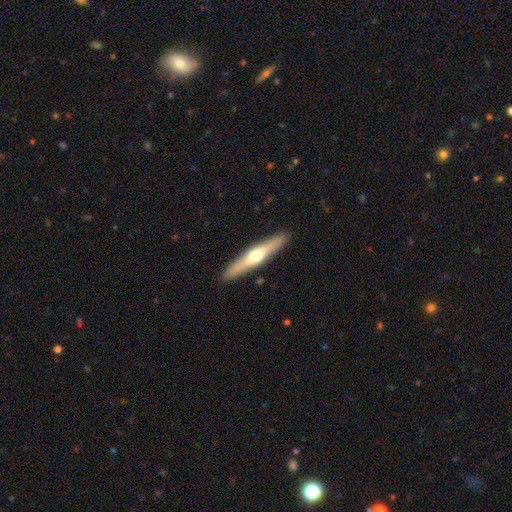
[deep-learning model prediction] A featured or disk galaxy (56%) viewed edge-on (93%) with a rounded central bulge (90%).

Vote fractions:
- Smooth or featured? featured or disk: 56% / smooth: 39% / star or artifact: 5%
- Edge-on disk? yes: 93% / no: 7%
- Edge-on bulge? rounded: 90% / none: 7% / boxy: 2%
- Merging? none: 91% / minor disturbance: 6% / major disturbance: 1% / merger: 1%